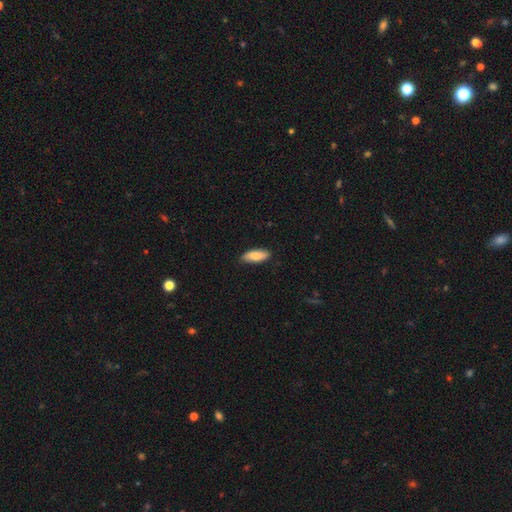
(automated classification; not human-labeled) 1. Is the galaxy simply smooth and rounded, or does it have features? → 82% smooth, 13% featured or disk, 6% star or artifact.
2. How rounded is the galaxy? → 71% in between, 27% cigar-shaped, 2% round.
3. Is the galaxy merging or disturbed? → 84% none, 13% minor disturbance, 2% major disturbance, 1% merger.